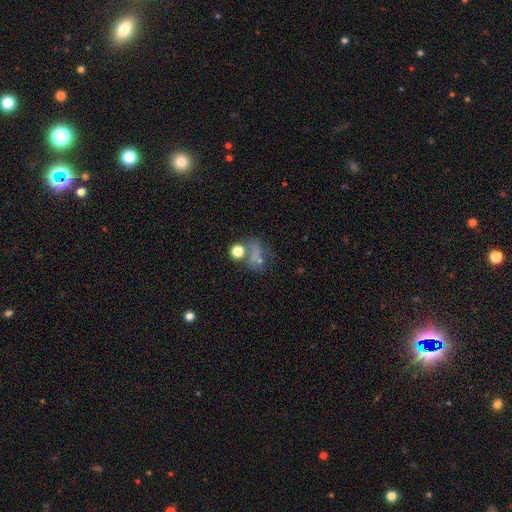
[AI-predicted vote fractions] This appears to be a smooth galaxy with no disk features (52%) that is round (55%). Merging: none (37%).